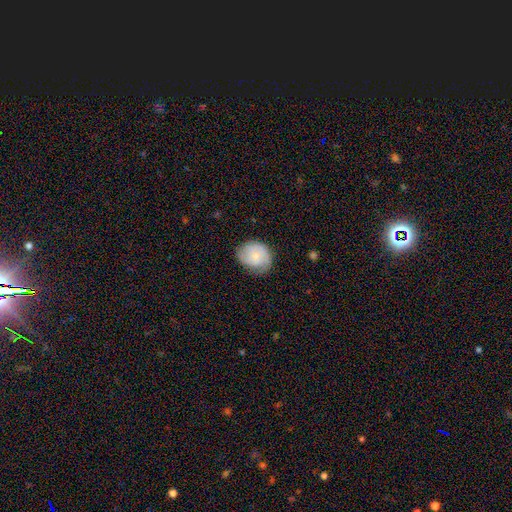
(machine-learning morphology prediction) This is likely a smooth galaxy (63%). How rounded: likely round (60%). Merging: likely none (63%).